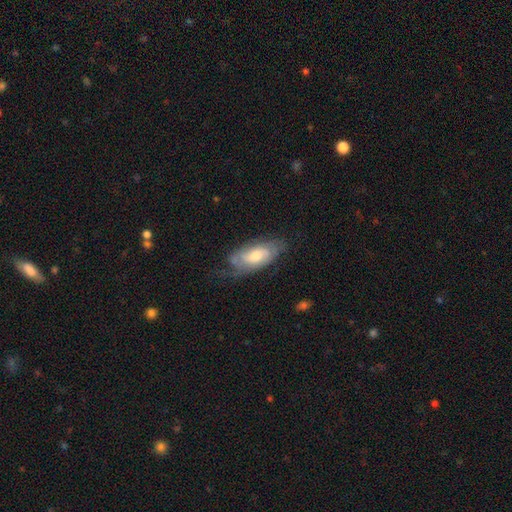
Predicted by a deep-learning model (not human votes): This appears to be a featured or disk galaxy (63%) with no bar (63%), spiral arms (85%) and a moderate central bulge (59%). Merging: none (58%).